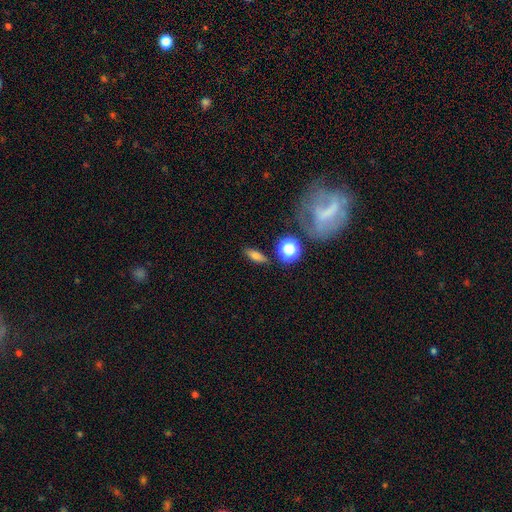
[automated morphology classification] Smooth or featured? Predicted: smooth (p=0.68). How rounded? Predicted: in between (p=0.56). Merging? Predicted: none (p=0.84).